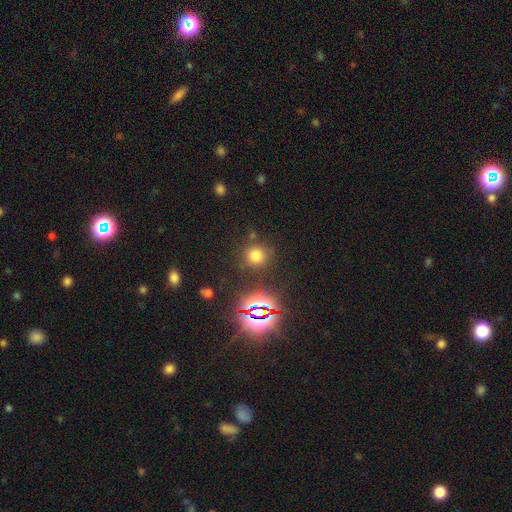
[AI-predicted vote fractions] smooth-or-featured: smooth: 67% | star or artifact: 26% | featured or disk: 7%
  how-rounded: round: 91% | in between: 8% | cigar-shaped: 1%
  merging: none: 81% | minor disturbance: 10% | merger: 5% | major disturbance: 4%